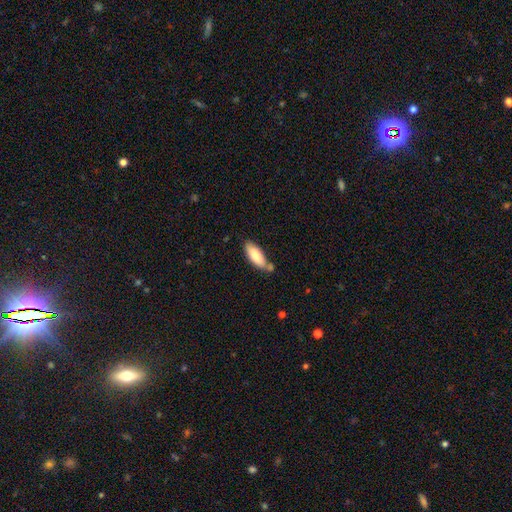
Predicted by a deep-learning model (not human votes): smooth-or-featured: smooth: 81% | featured or disk: 14% | star or artifact: 6%
  how-rounded: in between: 72% | cigar-shaped: 27% | round: 2%
  merging: none: 63% | minor disturbance: 19% | merger: 14% | major disturbance: 4%